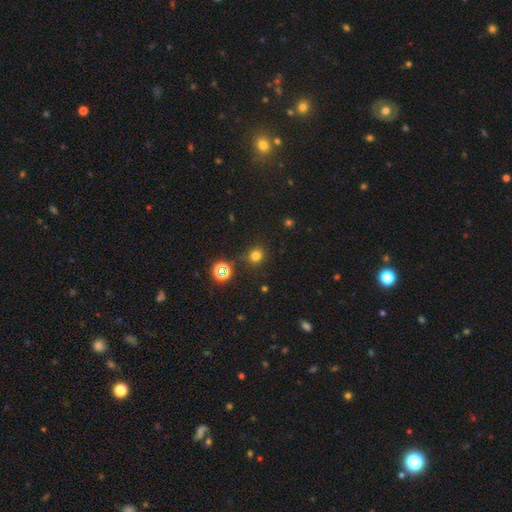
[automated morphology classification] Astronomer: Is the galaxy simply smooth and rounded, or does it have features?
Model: smooth — 73%.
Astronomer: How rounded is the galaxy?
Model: round — 85%.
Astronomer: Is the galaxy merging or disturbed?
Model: none — 83%.